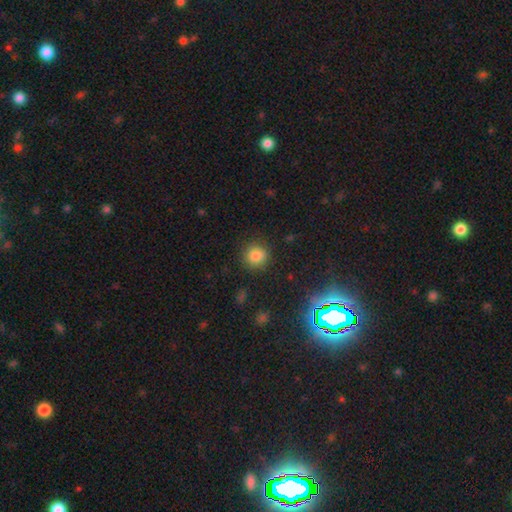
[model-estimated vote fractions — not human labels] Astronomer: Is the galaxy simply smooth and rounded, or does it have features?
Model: smooth — 82%.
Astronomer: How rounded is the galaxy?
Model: round — 91%.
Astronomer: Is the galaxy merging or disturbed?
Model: none — 87%.